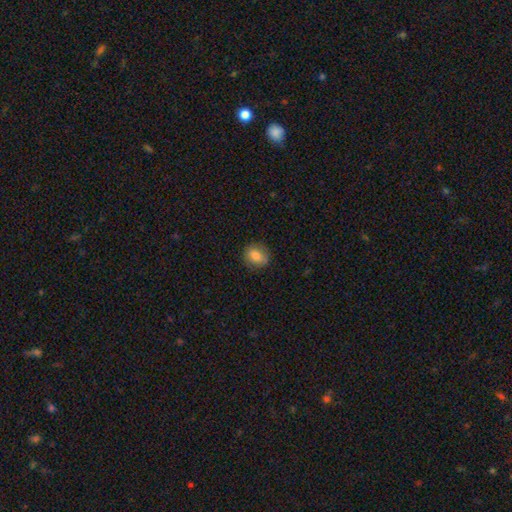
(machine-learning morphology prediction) smooth_or_featured: smooth (p=0.81) [alt: featured or disk p=0.10]
how_rounded: round (p=0.62) [alt: in between p=0.37]
merging: none (p=0.84) [alt: minor disturbance p=0.12]